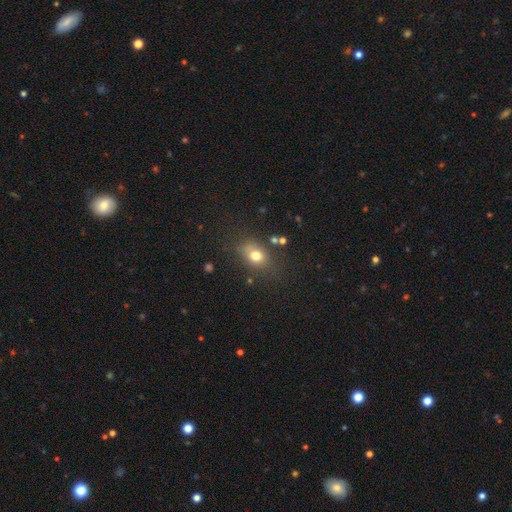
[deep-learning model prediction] This is likely a smooth galaxy (74%). How rounded: possibly in between (58%). Merging: likely none (71%).